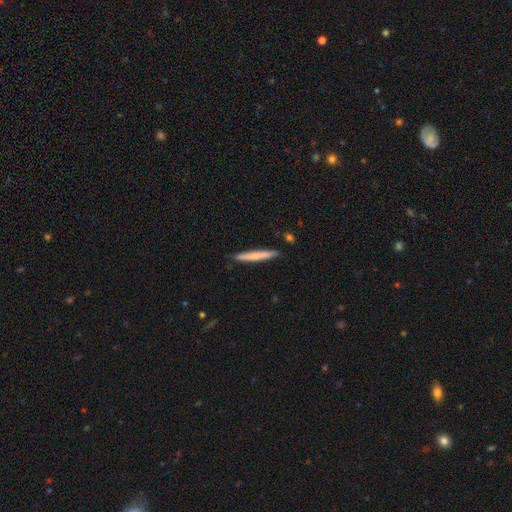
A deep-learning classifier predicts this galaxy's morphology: A smooth galaxy with no disk features (69%) that is cigar-shaped (96%). Merging: none (88%).